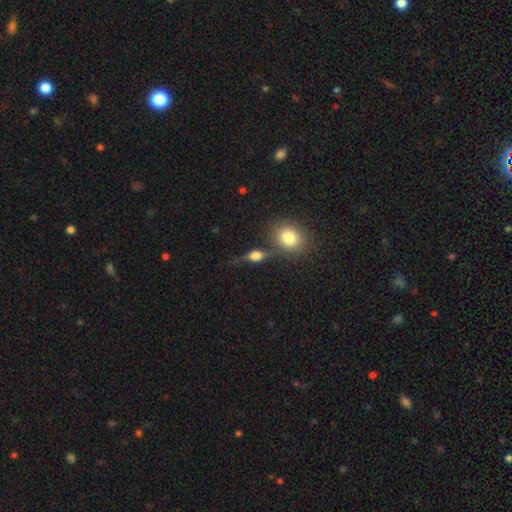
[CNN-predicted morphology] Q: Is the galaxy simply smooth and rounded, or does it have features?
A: smooth — 51%.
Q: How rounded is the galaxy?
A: in between — 54%.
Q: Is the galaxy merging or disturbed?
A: none — 52%.